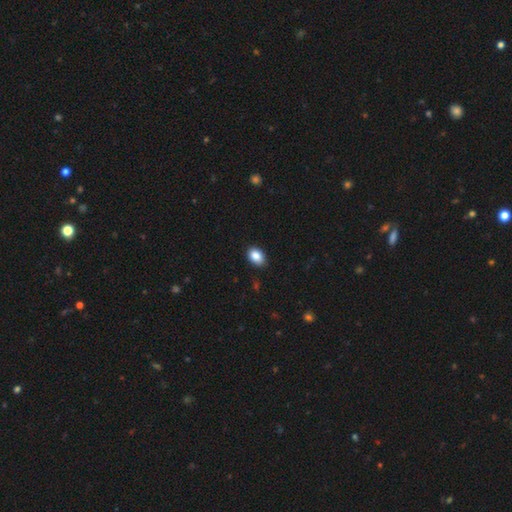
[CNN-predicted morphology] type=smooth (87%); roundness=in between (82%); merging=none (88%).